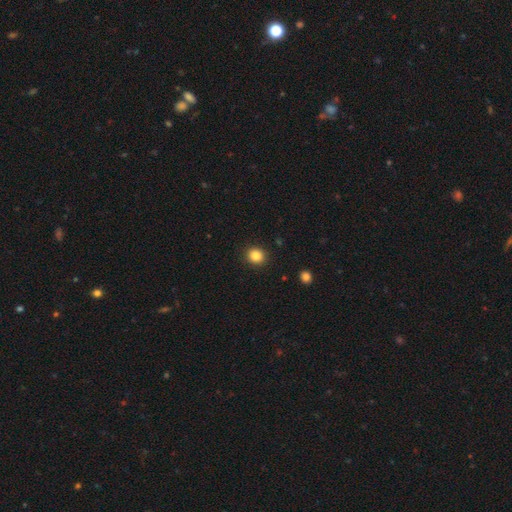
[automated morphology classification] type=smooth (86%); roundness=round (84%); merging=none (91%).